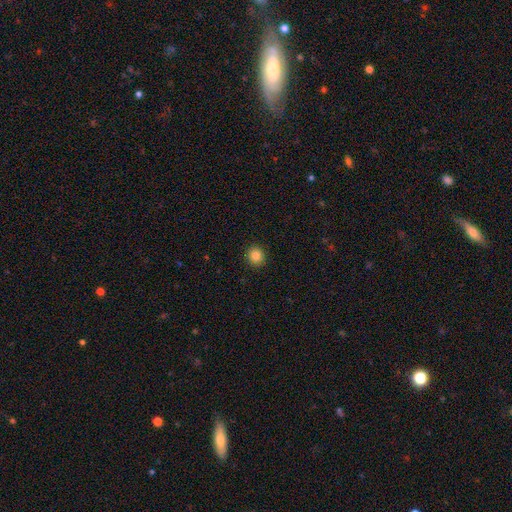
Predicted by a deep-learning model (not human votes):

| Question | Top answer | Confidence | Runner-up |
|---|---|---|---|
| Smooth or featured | smooth | 83% | star or artifact (11%) |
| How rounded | round | 89% | in between (10%) |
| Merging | none | 92% | minor disturbance (5%) |